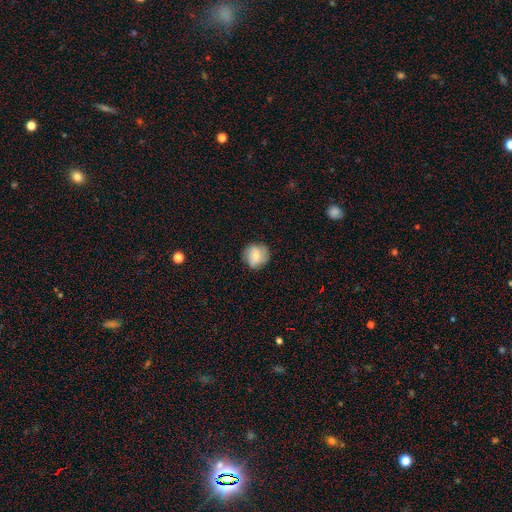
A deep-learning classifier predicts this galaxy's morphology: smooth-or-featured: smooth: 62% | featured or disk: 30% | star or artifact: 8%
  how-rounded: round: 88% | in between: 11% | cigar-shaped: 1%
  merging: none: 79% | minor disturbance: 16% | major disturbance: 4% | merger: 1%